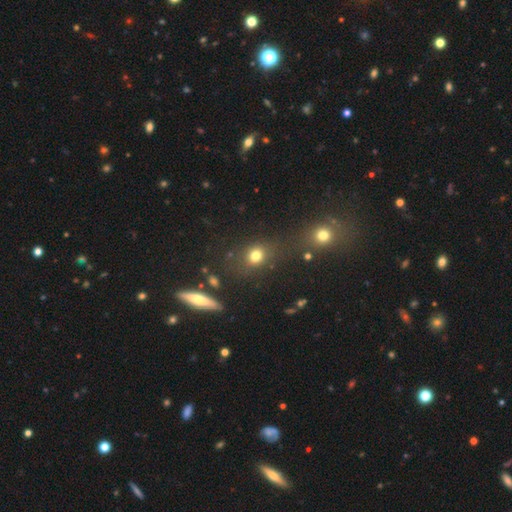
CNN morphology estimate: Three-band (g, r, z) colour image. It shows a smooth galaxy with no disk features (76%) that is round (64%). Merging: none (72%).